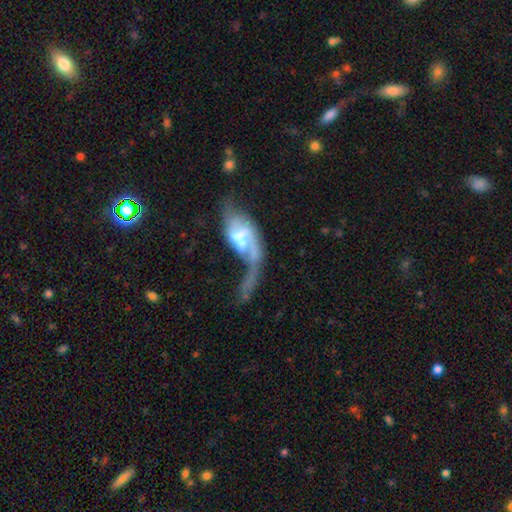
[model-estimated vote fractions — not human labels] Overall: featured or disk (59%; smooth 26%). Edge-on disk: no (85%). Bar: no (68%). Spiral arms: yes (69%; no 31%). Bulge size: moderate (41%; small 28%). Merging: major disturbance (38%; merger 27%).